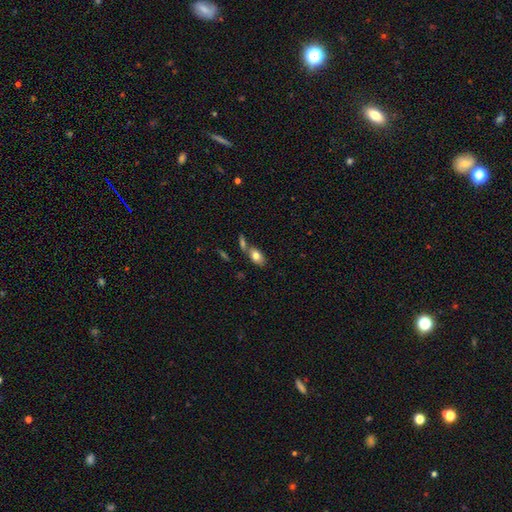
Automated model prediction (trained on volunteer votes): Smooth or featured?
  - smooth: 76% *
  - featured or disk: 16%
  - star or artifact: 7%
How rounded?
  - in between: 89% *
  - round: 7%
  - cigar-shaped: 4%
Merging?
  - none: 52% *
  - merger: 31%
  - minor disturbance: 13%
  - major disturbance: 4%